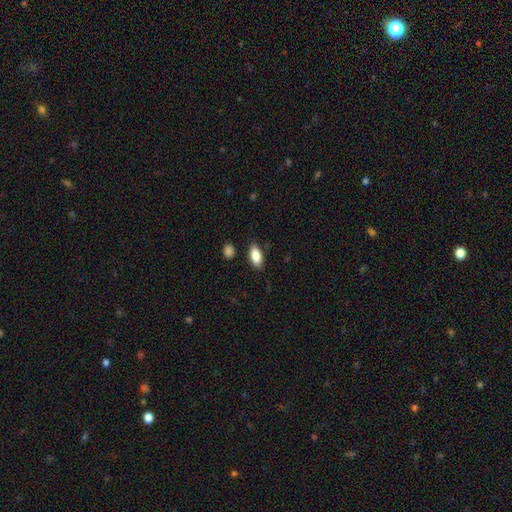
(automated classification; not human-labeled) Smooth or featured: smooth — 86% (featured or disk — 7%)
How rounded: in between — 87% (cigar-shaped — 10%)
Merging: none — 86% (minor disturbance — 10%)